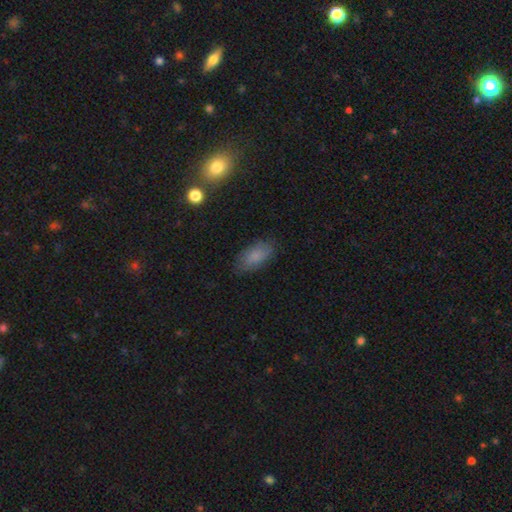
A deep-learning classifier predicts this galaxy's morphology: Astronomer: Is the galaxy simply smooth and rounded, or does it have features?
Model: smooth — 83%.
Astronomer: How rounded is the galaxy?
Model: in between — 90%.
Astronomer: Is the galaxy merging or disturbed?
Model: none — 80%.